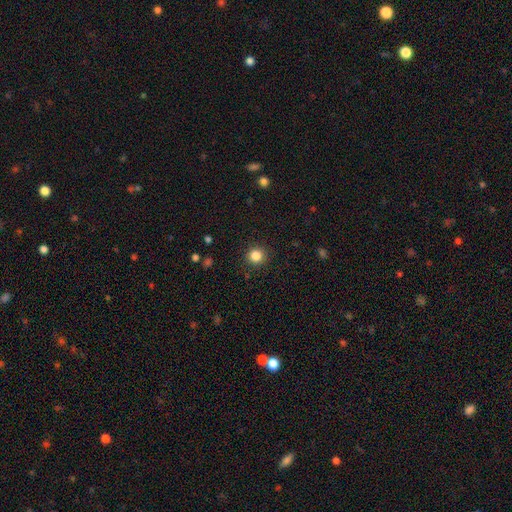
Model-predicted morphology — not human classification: A smooth galaxy with no disk features (85%) that is round (92%). Merging: none (91%).